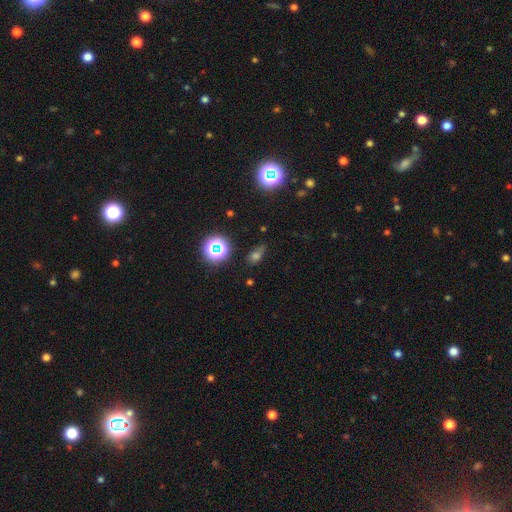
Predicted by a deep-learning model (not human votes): The model was most divided on "smooth or featured": smooth: 58%, star or artifact: 31%, featured or disk: 11%. More confident: how rounded — in between (61%); merging — none (61%).